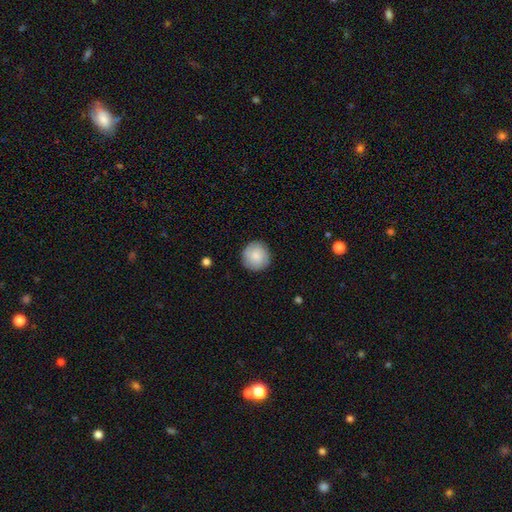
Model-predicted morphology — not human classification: Smooth or featured?
  - smooth: 82% *
  - featured or disk: 12%
  - star or artifact: 6%
How rounded?
  - round: 95% *
  - in between: 4%
  - cigar-shaped: 1%
Merging?
  - none: 89% *
  - minor disturbance: 8%
  - major disturbance: 2%
  - merger: 1%